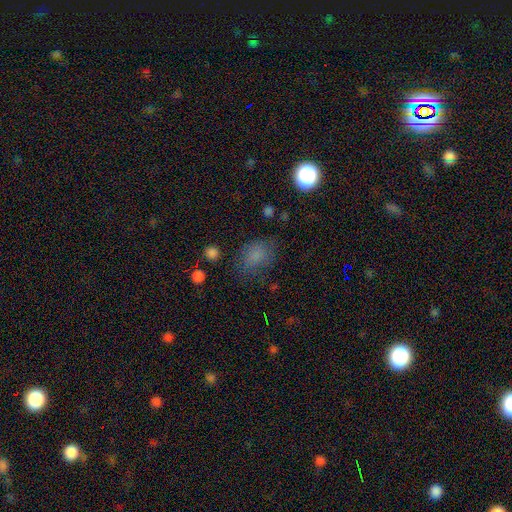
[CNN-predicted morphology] Smooth or featured?
  - smooth: 76% *
  - star or artifact: 15%
  - featured or disk: 9%
How rounded?
  - in between: 65% *
  - round: 34%
  - cigar-shaped: 1%
Merging?
  - none: 65% *
  - minor disturbance: 22%
  - major disturbance: 11%
  - merger: 2%